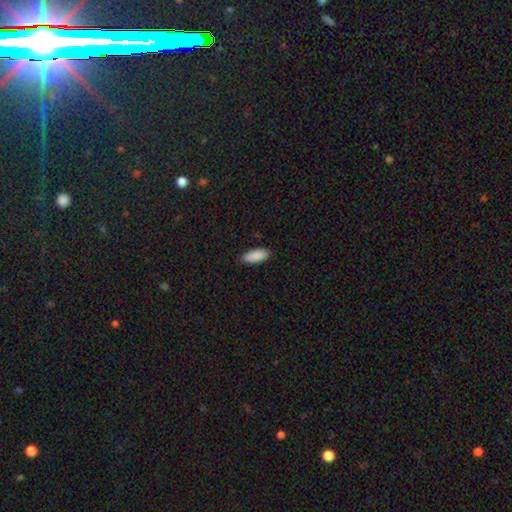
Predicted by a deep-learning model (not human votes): A smooth galaxy with no disk features (90%) that is in between round and cigar-shaped (81%). Merging: none (89%).